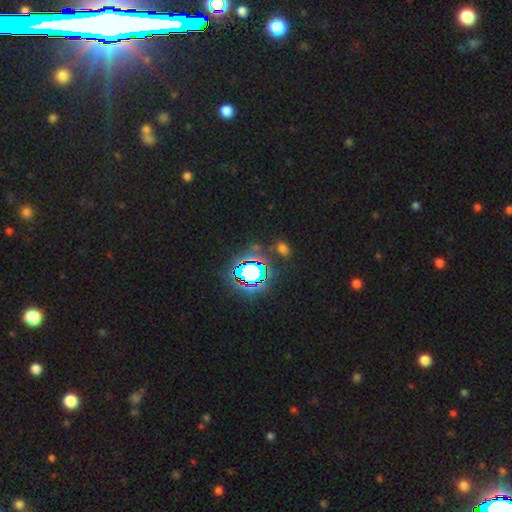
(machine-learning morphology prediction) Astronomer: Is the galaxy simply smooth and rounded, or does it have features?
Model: star or artifact — 81%.